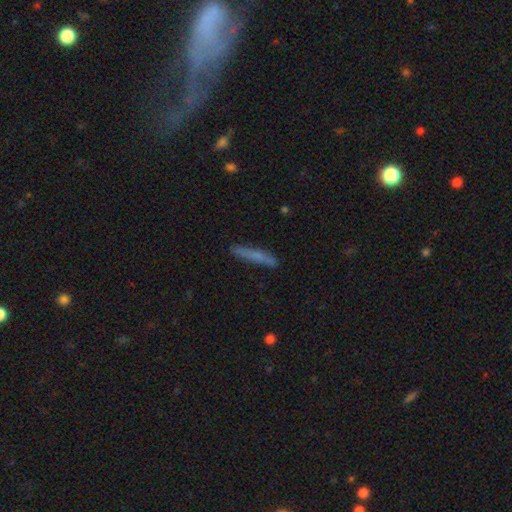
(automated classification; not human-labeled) Q: Smooth or featured?
A: smooth (63%); runner-up: featured or disk (29%)
Q: How rounded?
A: cigar-shaped (94%); runner-up: in between (4%)
Q: Merging?
A: none (86%); runner-up: minor disturbance (11%)